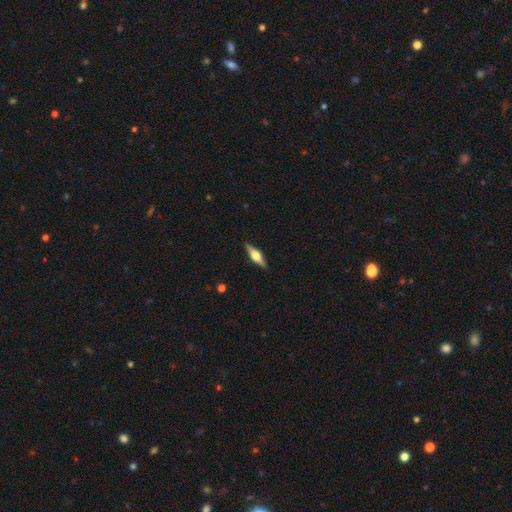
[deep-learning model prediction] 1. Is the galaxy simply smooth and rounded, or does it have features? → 73% featured or disk, 21% smooth, 6% star or artifact.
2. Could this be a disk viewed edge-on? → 98% yes, 2% no.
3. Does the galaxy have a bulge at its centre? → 92% rounded, 6% boxy, 1% none.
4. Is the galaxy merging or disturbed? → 90% none, 7% minor disturbance, 2% major disturbance, 1% merger.